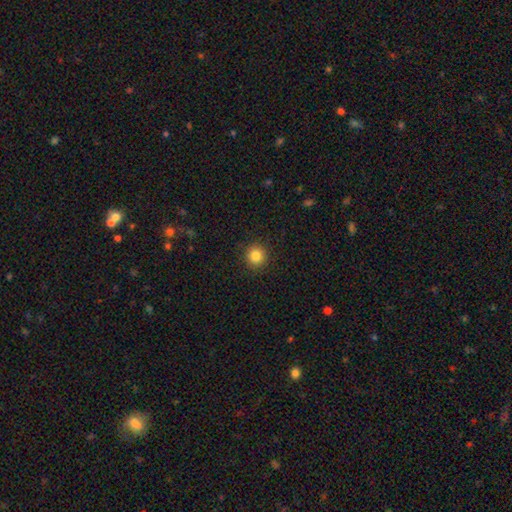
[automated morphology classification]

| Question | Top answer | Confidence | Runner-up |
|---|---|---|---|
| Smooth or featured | smooth | 84% | star or artifact (11%) |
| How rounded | round | 93% | in between (6%) |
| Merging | none | 92% | minor disturbance (5%) |